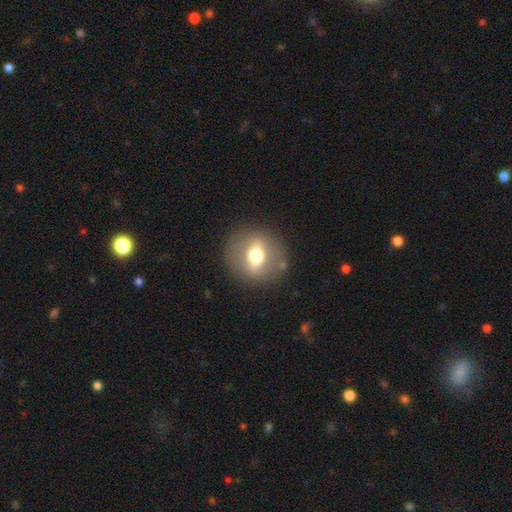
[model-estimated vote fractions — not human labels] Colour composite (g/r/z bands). It shows a smooth galaxy with no disk features (46%). Merging: none (86%).